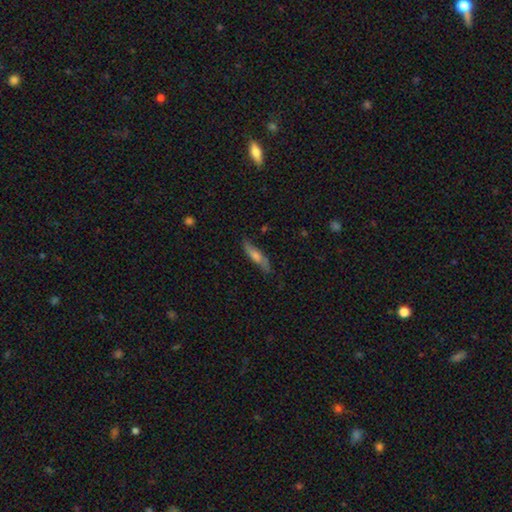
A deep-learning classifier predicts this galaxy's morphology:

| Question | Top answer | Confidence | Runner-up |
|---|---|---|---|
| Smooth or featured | smooth | 51% | featured or disk (43%) |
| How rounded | cigar-shaped | 76% | in between (21%) |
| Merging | none | 79% | minor disturbance (16%) |